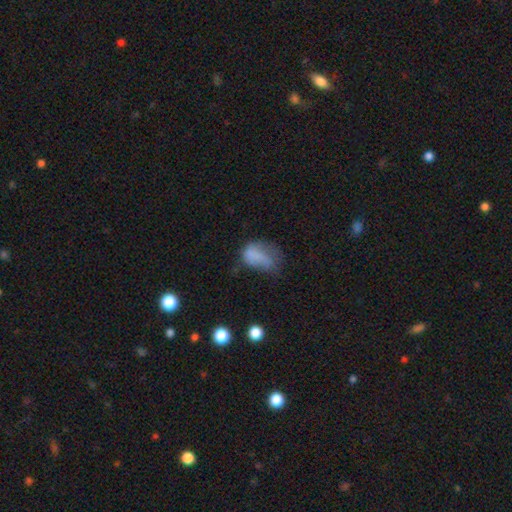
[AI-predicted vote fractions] smooth-or-featured: smooth: 67% | featured or disk: 20% | star or artifact: 12%
  how-rounded: in between: 83% | round: 14% | cigar-shaped: 2%
  merging: major disturbance: 40% | minor disturbance: 30% | none: 25% | merger: 5%